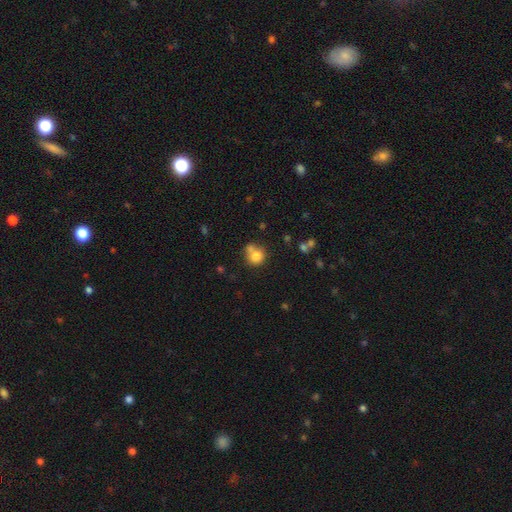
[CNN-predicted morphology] A smooth galaxy with no disk features (79%) that is round (84%). Merging: none (50%).